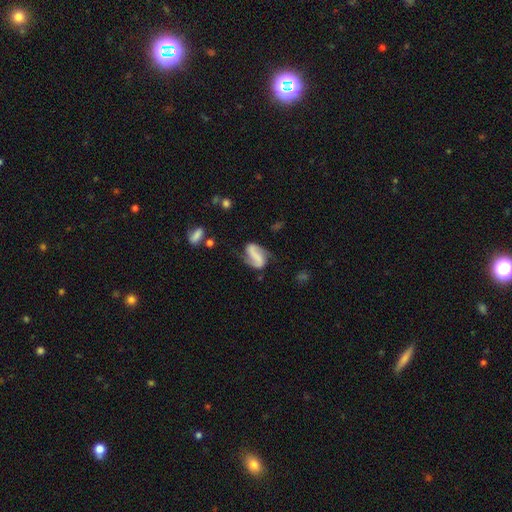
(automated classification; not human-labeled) Smooth or featured? featured or disk (73%)
Edge-on disk? no (97%)
Bar? strong (51%)
Spiral arms? yes (93%)
Spiral winding? loose (47%)
Spiral arm count? 2 (89%)
Bulge size? none (63%)
Merging? none (65%)